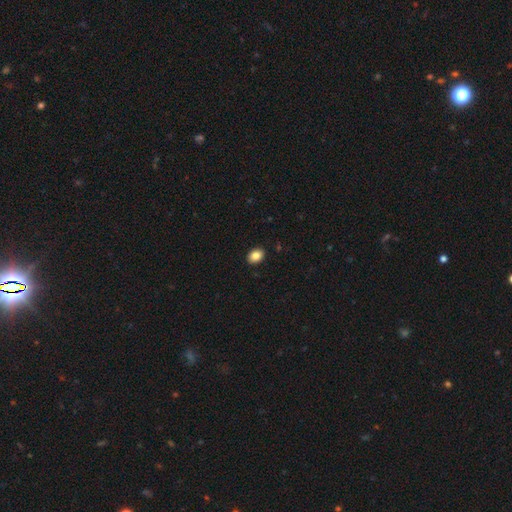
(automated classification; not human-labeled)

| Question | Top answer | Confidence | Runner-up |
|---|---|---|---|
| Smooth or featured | smooth | 86% | star or artifact (8%) |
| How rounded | in between | 71% | round (28%) |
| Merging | none | 91% | minor disturbance (7%) |